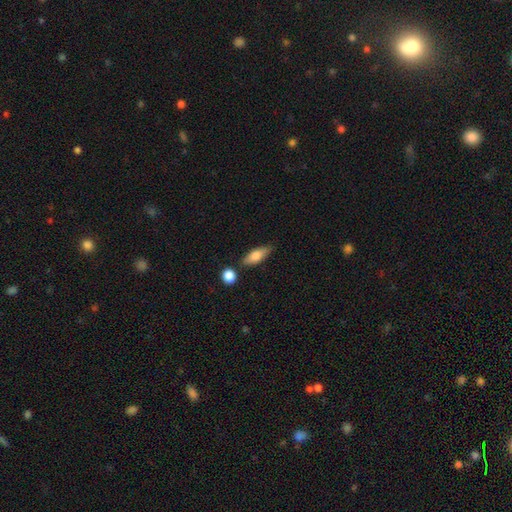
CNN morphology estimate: A smooth galaxy with no disk features (70%) that is in between round and cigar-shaped (66%).

Vote fractions:
- Smooth or featured? smooth: 70% / featured or disk: 23% / star or artifact: 7%
- How rounded? in between: 66% / cigar-shaped: 30% / round: 4%
- Merging? none: 73% / minor disturbance: 16% / merger: 7% / major disturbance: 3%